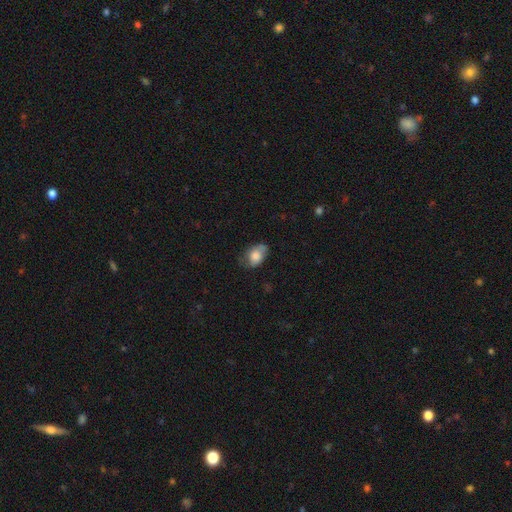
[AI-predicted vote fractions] smooth_or_featured: smooth (p=0.69) [alt: featured or disk p=0.23]
how_rounded: in between (p=0.80) [alt: round p=0.18]
merging: none (p=0.53) [alt: minor disturbance p=0.32]